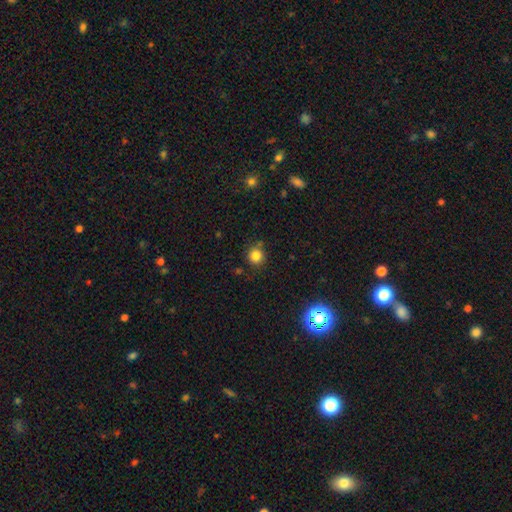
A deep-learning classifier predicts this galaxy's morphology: The model was most divided on "merging": none: 79%, minor disturbance: 13%, merger: 5%, major disturbance: 3%. More confident: how rounded — round (91%); smooth or featured — smooth (82%).